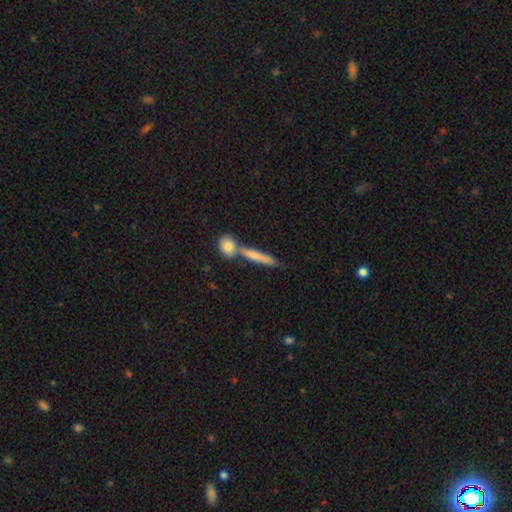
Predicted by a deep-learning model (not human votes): Smooth or featured? Predicted: smooth (p=0.68). How rounded? Predicted: cigar-shaped (p=0.82). Merging? Predicted: none (p=0.57).